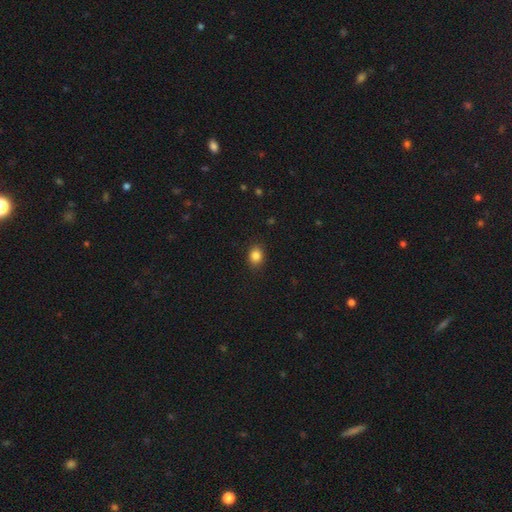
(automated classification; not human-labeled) Smooth or featured? Predicted: smooth (p=0.84). How rounded? Predicted: in between (p=0.53). Merging? Predicted: none (p=0.88).